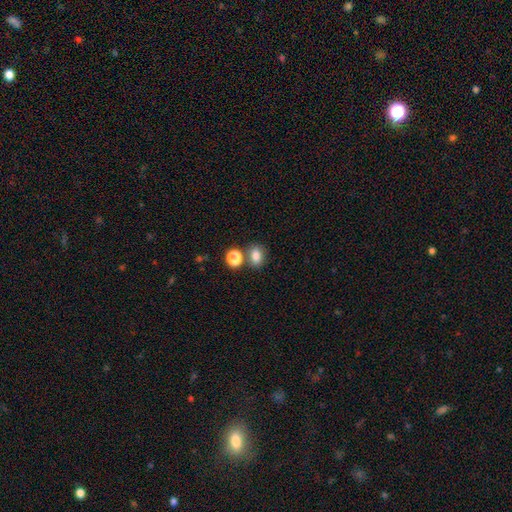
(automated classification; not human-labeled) This is clearly a smooth galaxy (82%). How rounded: likely in between (65%). Merging: likely none (63%).